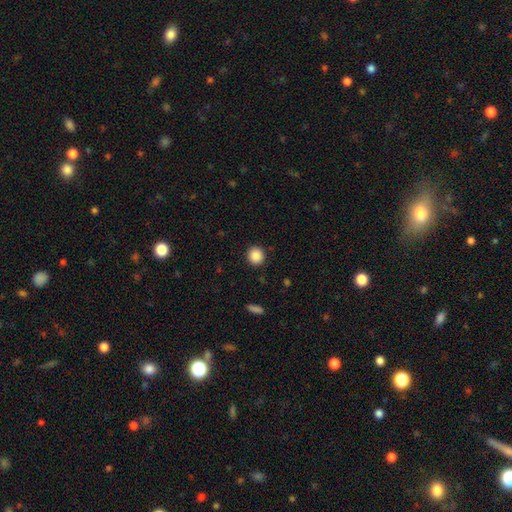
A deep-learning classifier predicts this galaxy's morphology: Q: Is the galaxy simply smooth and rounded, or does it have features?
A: smooth — 88%.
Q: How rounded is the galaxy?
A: round — 90%.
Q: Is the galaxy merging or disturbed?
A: none — 91%.